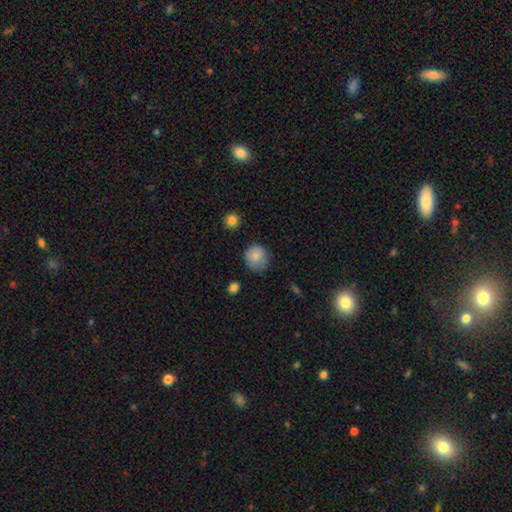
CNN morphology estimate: type=smooth (85%); roundness=round (87%); merging=none (73%).